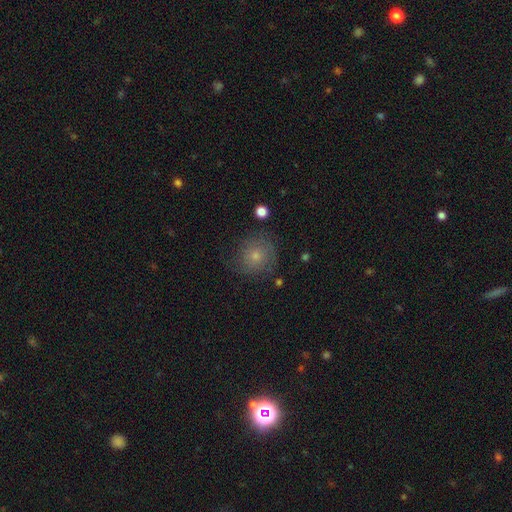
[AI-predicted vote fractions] This appears to be a smooth galaxy with no disk features (64%) that is round (89%). Merging: none (73%).